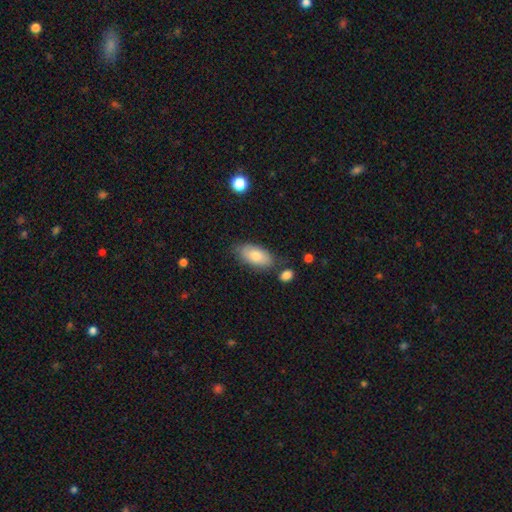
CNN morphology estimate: A smooth galaxy with no disk features (80%) that is in between round and cigar-shaped (92%).

Vote fractions:
- Smooth or featured? smooth: 80% / featured or disk: 14% / star or artifact: 6%
- How rounded? in between: 92% / cigar-shaped: 5% / round: 3%
- Merging? none: 74% / minor disturbance: 17% / merger: 5% / major disturbance: 4%